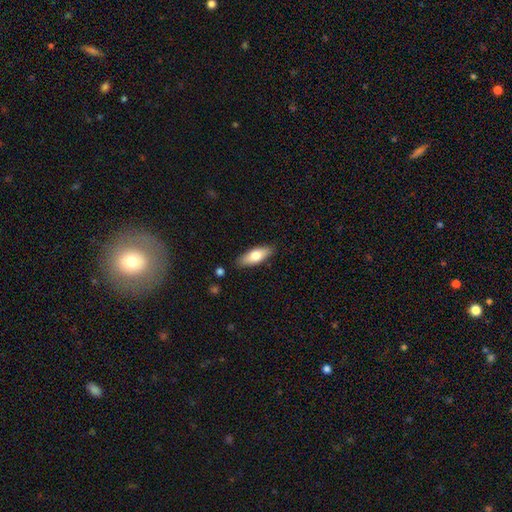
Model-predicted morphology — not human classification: Smooth or featured: smooth — 74% (featured or disk — 20%)
How rounded: in between — 70% (cigar-shaped — 28%)
Merging: none — 85% (minor disturbance — 11%)